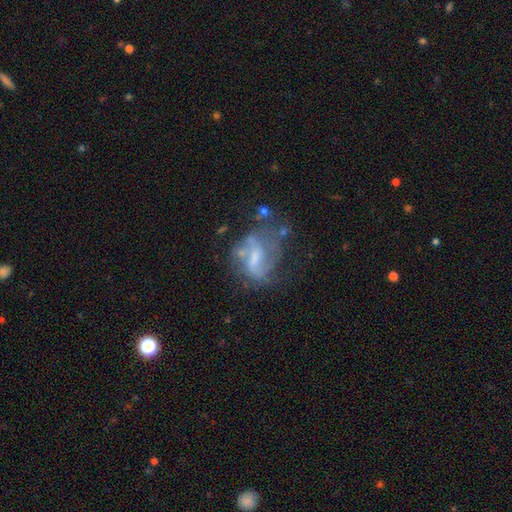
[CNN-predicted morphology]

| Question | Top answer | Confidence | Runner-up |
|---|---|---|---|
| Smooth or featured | featured or disk | 69% | smooth (21%) |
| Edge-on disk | no | 97% | yes (3%) |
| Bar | weak | 48% | no (32%) |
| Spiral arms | yes | 64% | no (36%) |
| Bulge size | small | 37% | moderate (31%) |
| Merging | none | 37% | major disturbance (30%) |